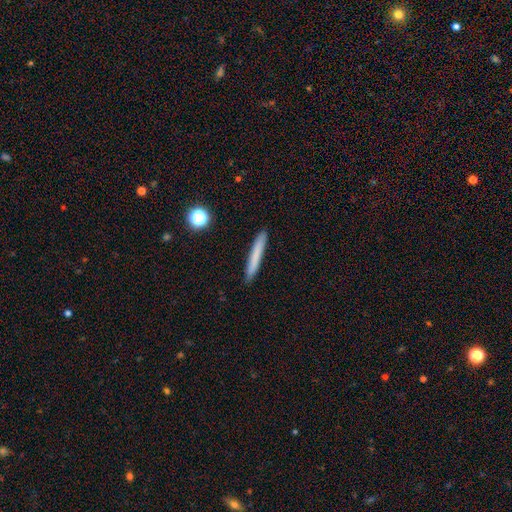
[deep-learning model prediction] A smooth galaxy with no disk features (74%) that is cigar-shaped (96%). Merging: none (90%).